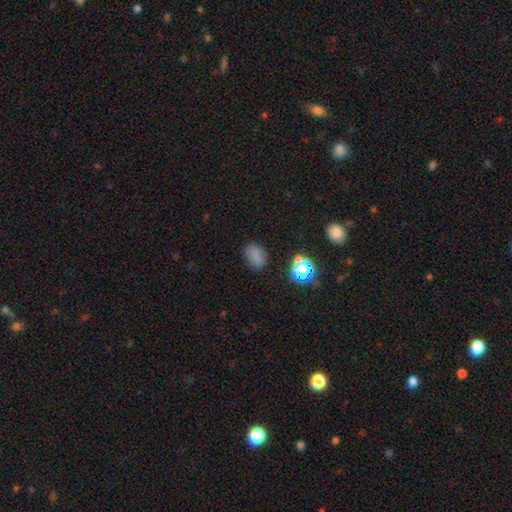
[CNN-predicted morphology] The model was most divided on "how rounded": in between: 66%, round: 32%, cigar-shaped: 1%. More confident: merging — none (77%); smooth or featured — smooth (74%).